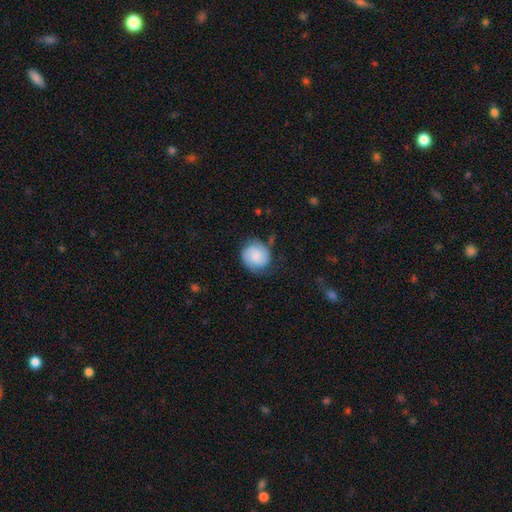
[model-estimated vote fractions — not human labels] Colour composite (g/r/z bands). It shows a smooth galaxy with no disk features (52%) that is round (82%). Merging: none (68%).